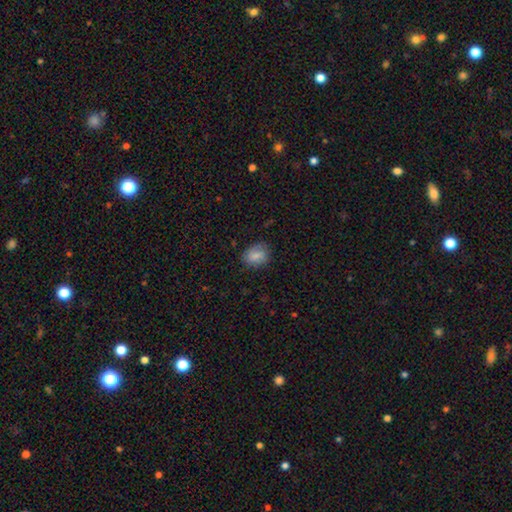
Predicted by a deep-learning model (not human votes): Q: Smooth or featured?
A: smooth (77%); runner-up: featured or disk (15%)
Q: How rounded?
A: in between (60%); runner-up: round (38%)
Q: Merging?
A: none (73%); runner-up: minor disturbance (21%)